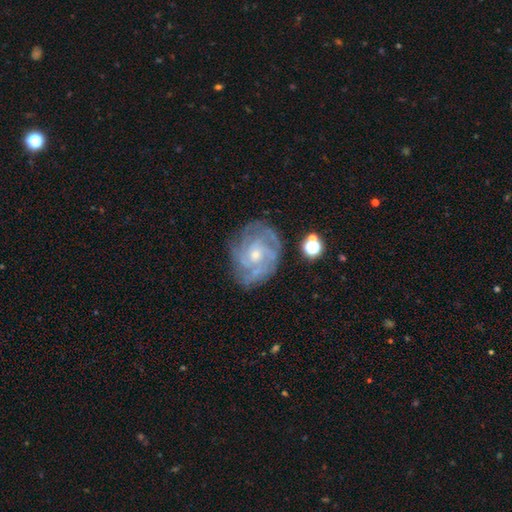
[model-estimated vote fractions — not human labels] The model was most divided on "spiral arm count": can't tell: 31%, 3: 24%, 4: 17%, 2: 14%, more than 4: 7%, 1: 6%. More confident: edge-on disk — no (97%); spiral arms — yes (94%); smooth or featured — featured or disk (79%); merging — none (76%); spiral winding — tight (66%); bar — no (65%); bulge size — small (54%).